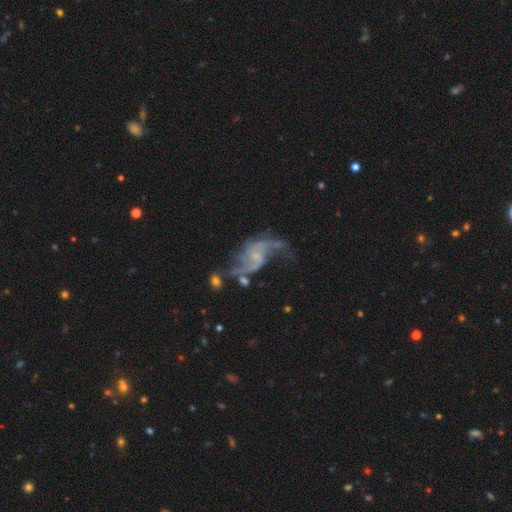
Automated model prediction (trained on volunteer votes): Morphology: type=featured or disk (87%); edge-on=no (97%); bar=no (58%); spiral arms=yes (93%); winding=loose (72%); arm count=2 (81%); bulge=small (63%); merging=none (45%).